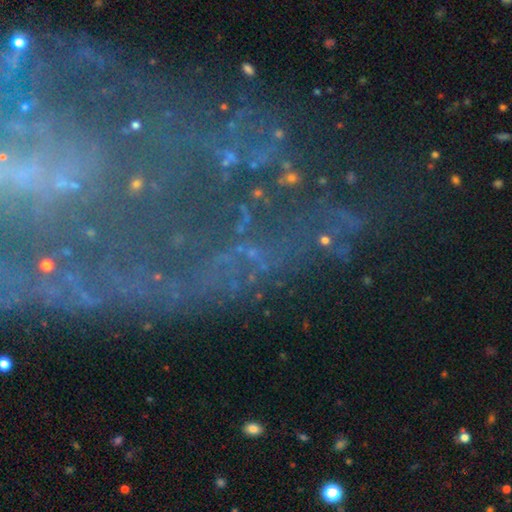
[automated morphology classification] A star or artifact, not a galaxy (57%).